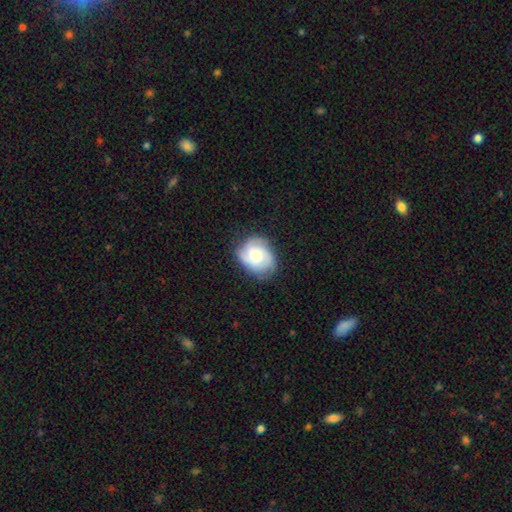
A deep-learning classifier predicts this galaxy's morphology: smooth_or_featured: featured or disk (p=0.69) [alt: smooth p=0.25]
disk_edge_on: no (p=0.98) [alt: yes p=0.02]
bar: no (p=0.73) [alt: weak p=0.23]
has_spiral_arms: yes (p=0.95) [alt: no p=0.05]
spiral_winding: tight (p=0.51) [alt: medium p=0.39]
spiral_arm_count: 3 (p=0.54) [alt: can't tell p=0.14]
bulge_size: moderate (p=0.54) [alt: small p=0.34]
merging: none (p=0.72) [alt: minor disturbance p=0.20]